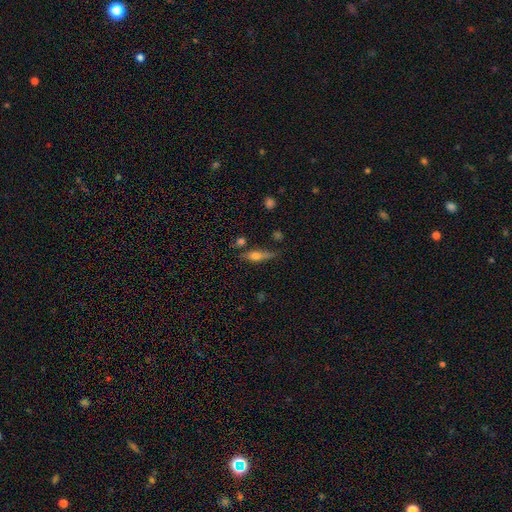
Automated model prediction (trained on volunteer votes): The model was most divided on "smooth or featured": smooth: 47%, featured or disk: 43%, star or artifact: 10%. More confident: merging — none (65%).